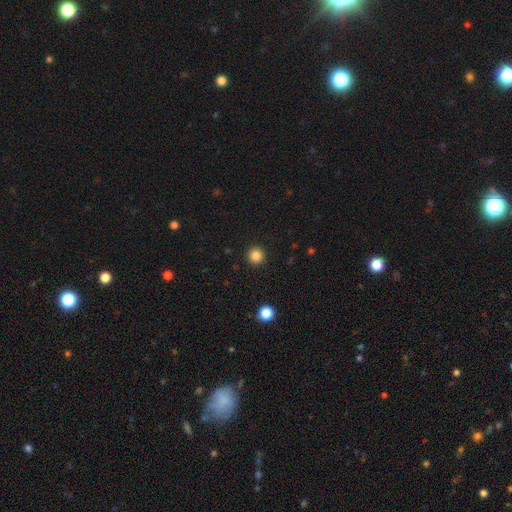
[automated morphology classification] Q: Smooth or featured?
A: smooth (85%); runner-up: star or artifact (12%)
Q: How rounded?
A: round (96%); runner-up: in between (3%)
Q: Merging?
A: none (93%); runner-up: minor disturbance (4%)